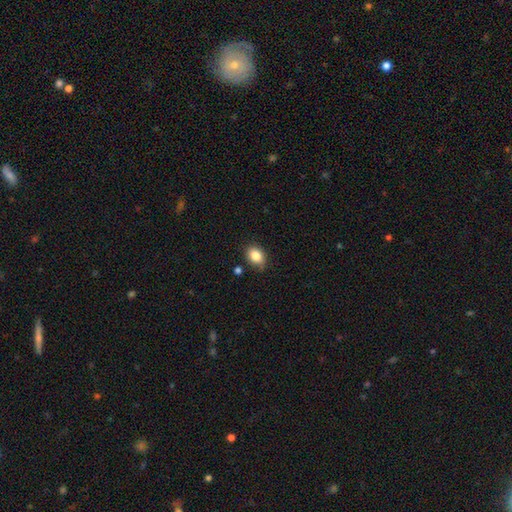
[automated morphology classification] smooth-or-featured: smooth: 84% | star or artifact: 9% | featured or disk: 7%
  how-rounded: in between: 63% | round: 36% | cigar-shaped: 1%
  merging: none: 75% | minor disturbance: 18% | major disturbance: 3% | merger: 3%